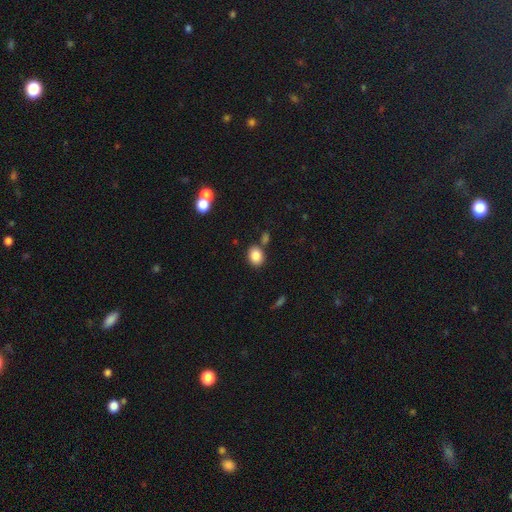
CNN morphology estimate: smooth_or_featured: smooth (p=0.85) [alt: star or artifact p=0.09]
how_rounded: in between (p=0.53) [alt: round p=0.46]
merging: none (p=0.75) [alt: merger p=0.11]